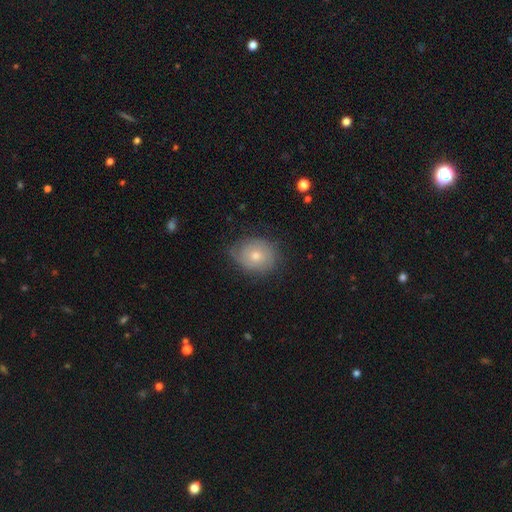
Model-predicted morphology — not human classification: Smooth or featured?
  - smooth: 51% *
  - featured or disk: 38%
  - star or artifact: 11%
How rounded?
  - round: 55% *
  - in between: 44%
  - cigar-shaped: 1%
Merging?
  - none: 69% *
  - minor disturbance: 23%
  - major disturbance: 6%
  - merger: 1%